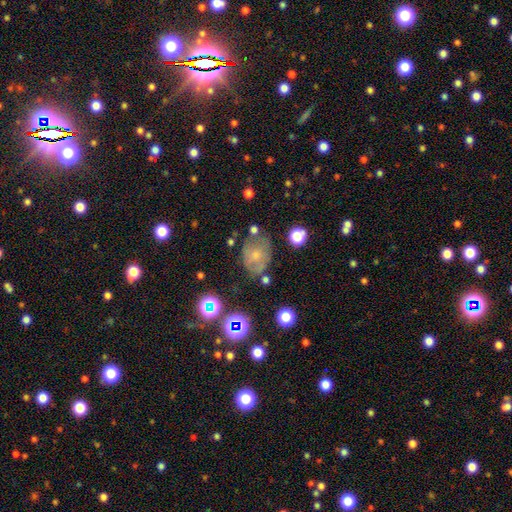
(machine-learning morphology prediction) The model was most divided on "how rounded": in between: 59%, round: 39%, cigar-shaped: 1%. More confident: merging — none (56%); smooth or featured — smooth (53%).